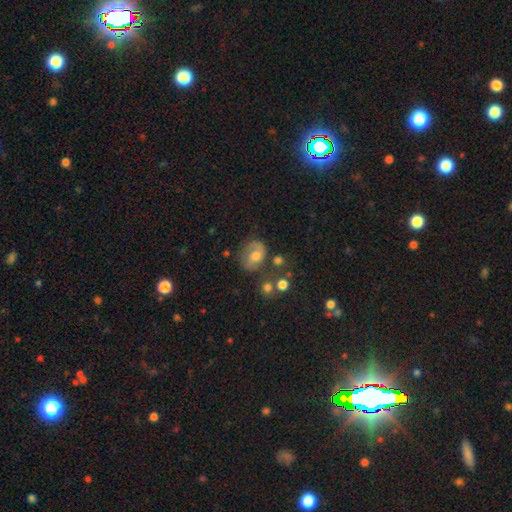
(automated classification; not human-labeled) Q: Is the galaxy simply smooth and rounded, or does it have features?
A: smooth — 45%.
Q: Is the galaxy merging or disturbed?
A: none — 56%.